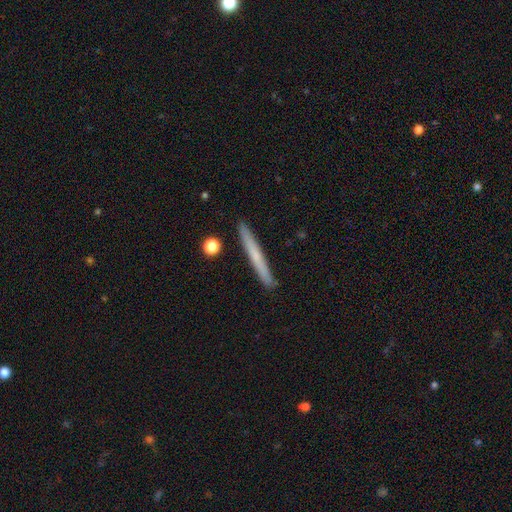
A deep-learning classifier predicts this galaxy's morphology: Smooth or featured?
  - smooth: 55% *
  - featured or disk: 38%
  - star or artifact: 7%
How rounded?
  - cigar-shaped: 97% *
  - in between: 2%
  - round: 1%
Merging?
  - none: 90% *
  - minor disturbance: 6%
  - merger: 2%
  - major disturbance: 1%